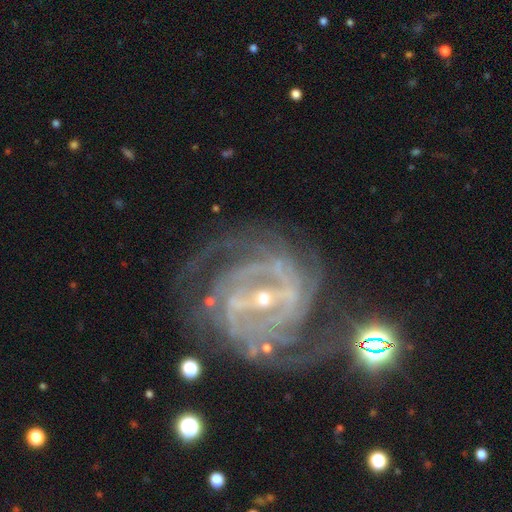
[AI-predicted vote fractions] Morphology: type=featured or disk (91%); edge-on=no (97%); bar=strong (61%); spiral arms=yes (97%); winding=tight (60%); arm count=2 (33%); bulge=small (75%); merging=none (70%).